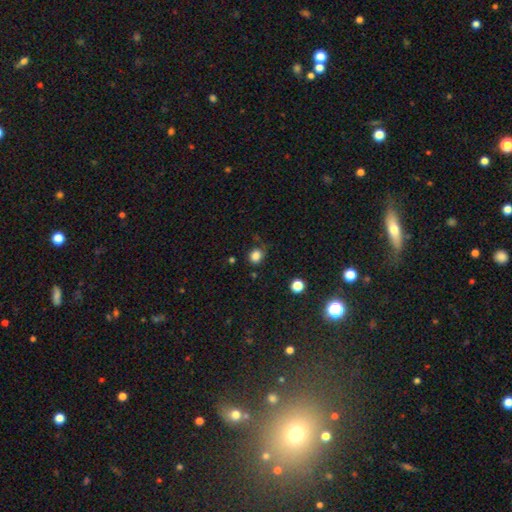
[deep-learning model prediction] A smooth galaxy with no disk features (84%) that is round (68%). Merging: none (70%).